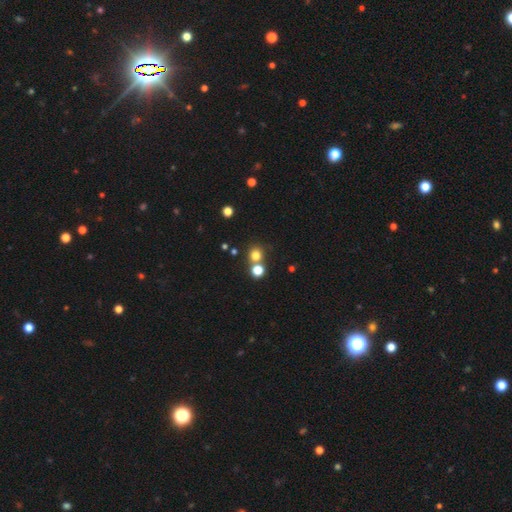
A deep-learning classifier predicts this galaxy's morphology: This is likely a smooth galaxy (75%). How rounded: clearly round (89%). Merging: likely none (65%).